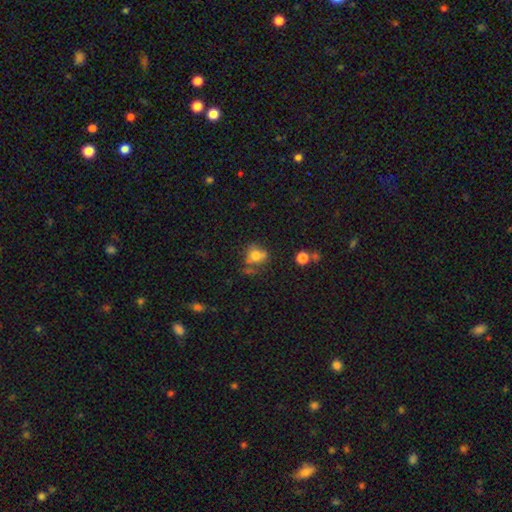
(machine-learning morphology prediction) Smooth or featured? Predicted: smooth (p=0.69). How rounded? Predicted: round (p=0.66). Merging? Predicted: none (p=0.44).